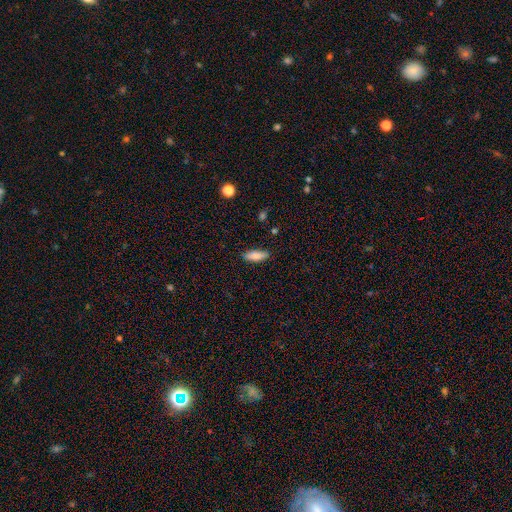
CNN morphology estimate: The model was most divided on "how rounded": in between: 59%, cigar-shaped: 39%, round: 2%. More confident: merging — none (86%); smooth or featured — smooth (83%).